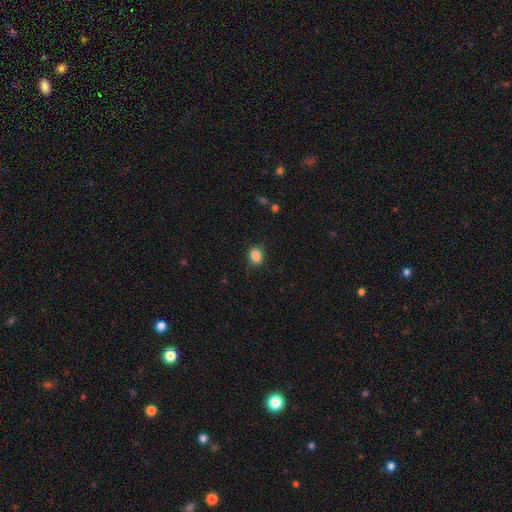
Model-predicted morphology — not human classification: smooth_or_featured: smooth (p=0.86) [alt: star or artifact p=0.09]
how_rounded: in between (p=0.55) [alt: round p=0.44]
merging: none (p=0.76) [alt: minor disturbance p=0.18]